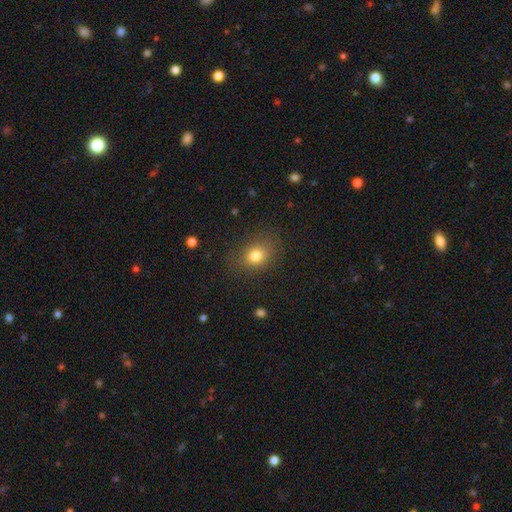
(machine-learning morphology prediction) Smooth or featured? Predicted: smooth (p=0.80). How rounded? Predicted: in between (p=0.51). Merging? Predicted: none (p=0.81).